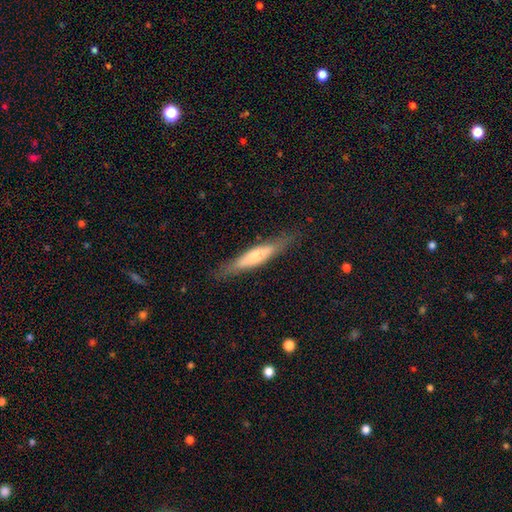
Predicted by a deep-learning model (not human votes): smooth_or_featured: featured or disk (p=0.55) [alt: smooth p=0.38]
disk_edge_on: yes (p=0.90) [alt: no p=0.10]
merging: none (p=0.85) [alt: minor disturbance p=0.11]